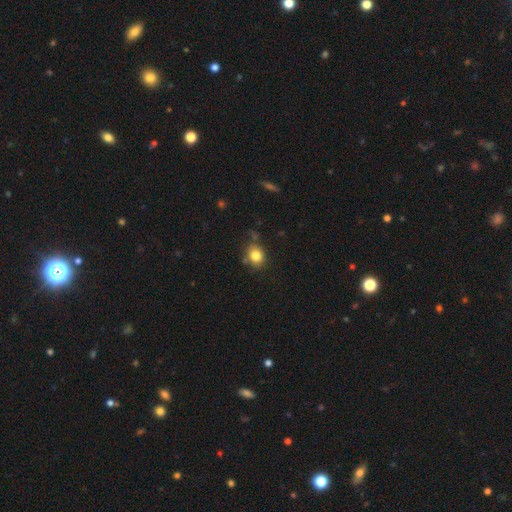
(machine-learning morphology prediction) This is clearly a smooth galaxy (81%). How rounded: likely round (63%). Merging: likely none (73%).